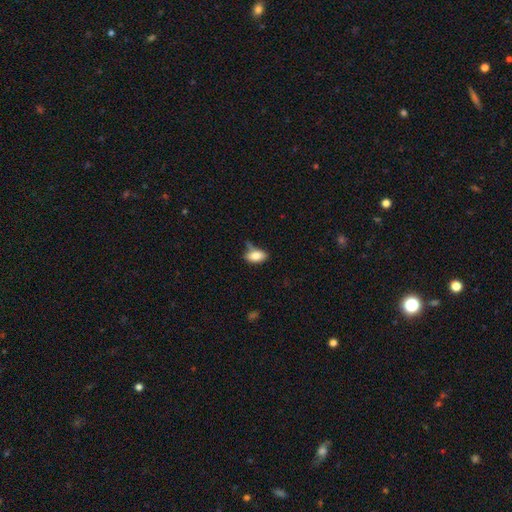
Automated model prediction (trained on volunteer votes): A smooth galaxy with no disk features (79%) that is in between round and cigar-shaped (89%). Merging: none (48%).